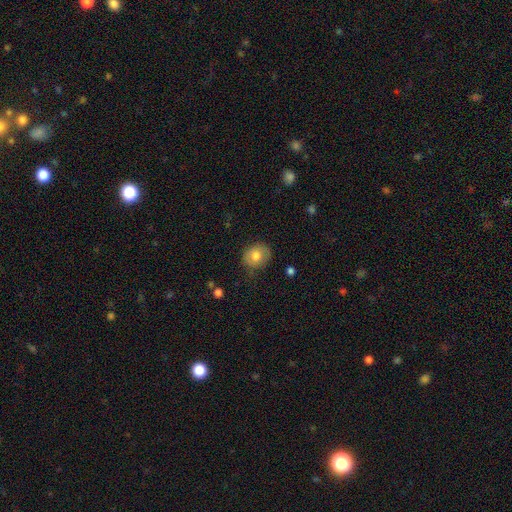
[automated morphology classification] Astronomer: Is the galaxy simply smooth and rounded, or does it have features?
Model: smooth — 77%.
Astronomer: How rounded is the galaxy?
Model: round — 63%.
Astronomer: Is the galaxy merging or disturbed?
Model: none — 76%.